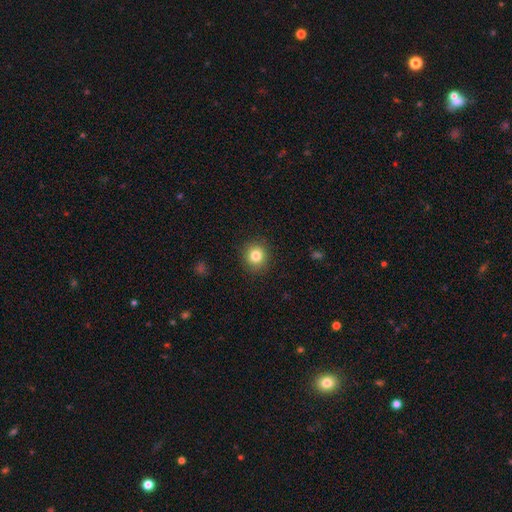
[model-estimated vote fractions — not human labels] smooth_or_featured: smooth (p=0.82) [alt: star or artifact p=0.11]
how_rounded: round (p=0.89) [alt: in between p=0.10]
merging: none (p=0.90) [alt: minor disturbance p=0.07]